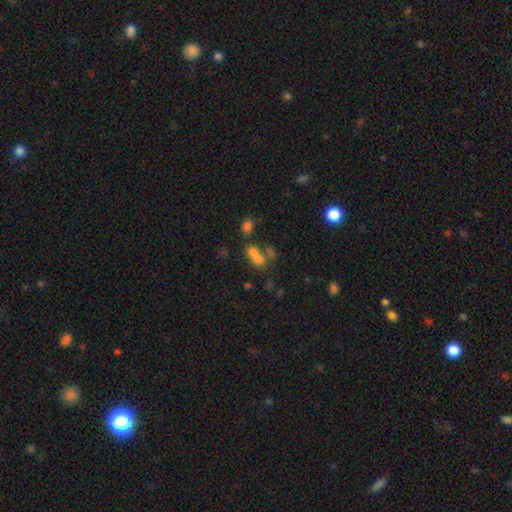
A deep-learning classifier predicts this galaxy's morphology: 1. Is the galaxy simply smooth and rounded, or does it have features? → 63% smooth, 19% star or artifact, 18% featured or disk.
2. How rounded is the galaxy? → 54% in between, 44% round, 2% cigar-shaped.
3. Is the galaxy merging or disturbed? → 56% merger, 29% none, 8% minor disturbance, 7% major disturbance.